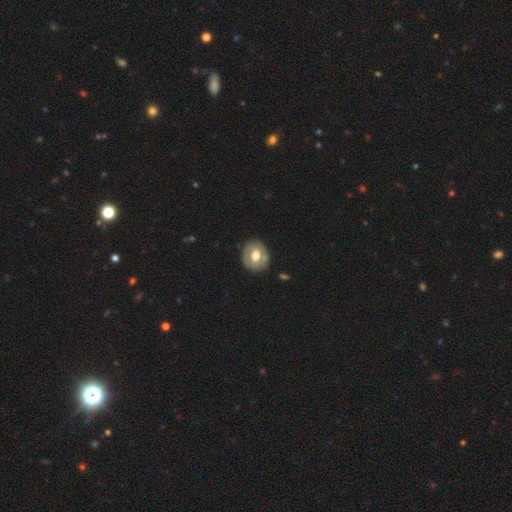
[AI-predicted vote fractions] Smooth or featured? smooth (47%, tied with featured or disk)
Merging? none (79%)